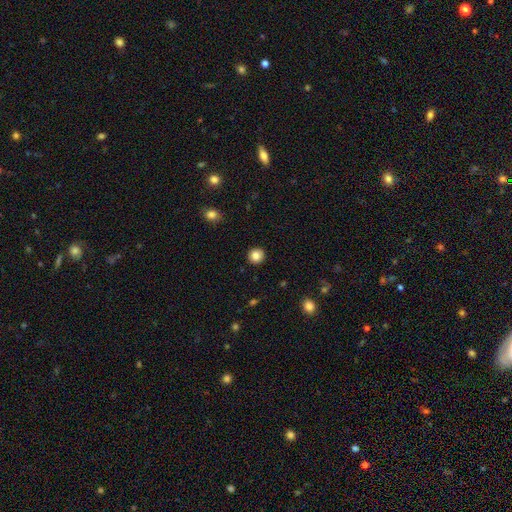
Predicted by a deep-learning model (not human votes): Smooth or featured? Predicted: smooth (p=0.84). How rounded? Predicted: round (p=0.93). Merging? Predicted: none (p=0.92).